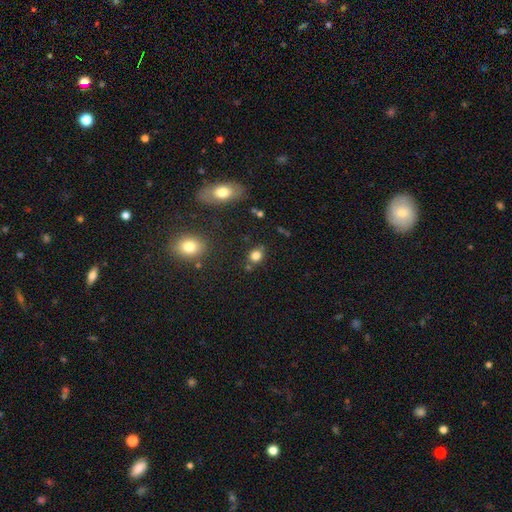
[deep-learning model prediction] A smooth galaxy with no disk features (80%) that is round (61%). Merging: none (75%).